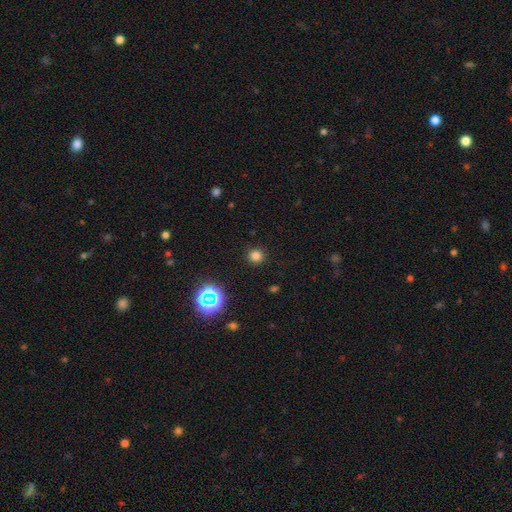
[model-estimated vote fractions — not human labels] The model was most divided on "smooth or featured": smooth: 77%, star or artifact: 19%, featured or disk: 4%. More confident: how rounded — round (93%); merging — none (91%).